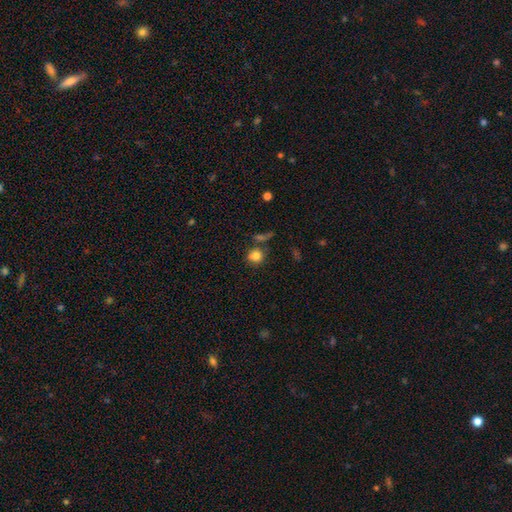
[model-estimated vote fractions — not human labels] smooth_or_featured: smooth (p=0.83) [alt: star or artifact p=0.11]
how_rounded: round (p=0.82) [alt: in between p=0.17]
merging: none (p=0.67) [alt: minor disturbance p=0.14]